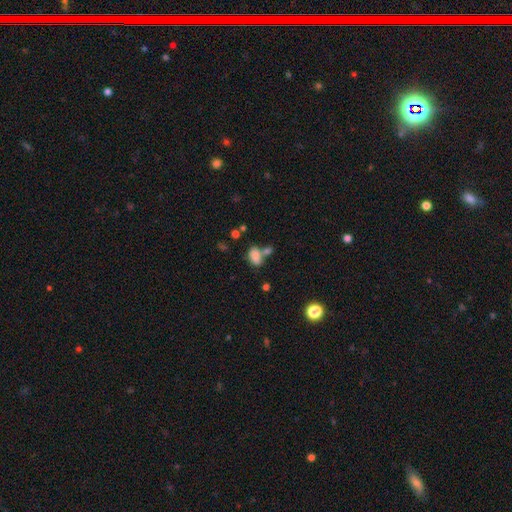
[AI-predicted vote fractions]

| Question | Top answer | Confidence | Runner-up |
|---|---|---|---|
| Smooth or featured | smooth | 81% | star or artifact (10%) |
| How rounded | in between | 87% | round (11%) |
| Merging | none | 40% | merger (38%) |